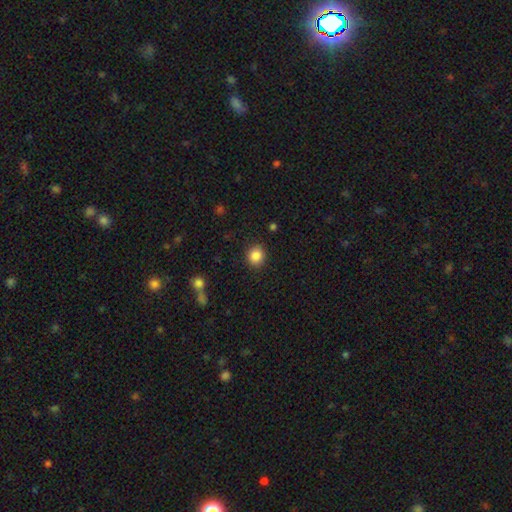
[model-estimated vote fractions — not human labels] Overall: smooth (87%). How rounded: round (85%). Merging: none (89%).